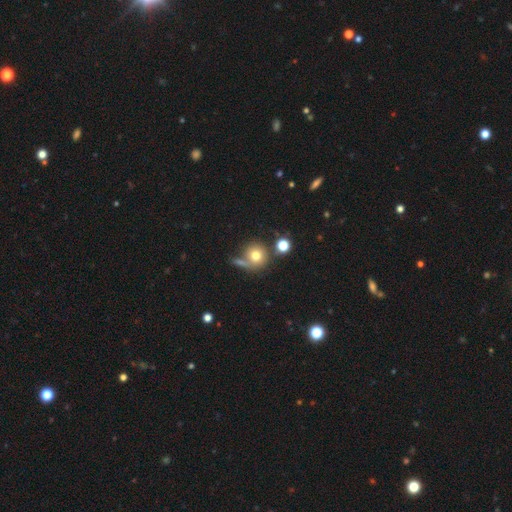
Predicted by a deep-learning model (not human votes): This is likely a smooth galaxy (73%). How rounded: clearly round (90%). Merging: possibly none (57%).